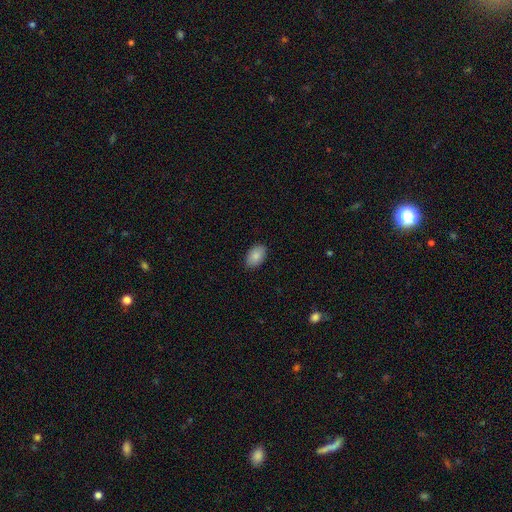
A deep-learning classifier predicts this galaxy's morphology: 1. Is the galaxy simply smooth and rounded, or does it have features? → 87% smooth, 7% star or artifact, 6% featured or disk.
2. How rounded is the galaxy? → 91% in between, 7% round, 1% cigar-shaped.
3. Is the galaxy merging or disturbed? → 88% none, 9% minor disturbance, 2% major disturbance, 1% merger.